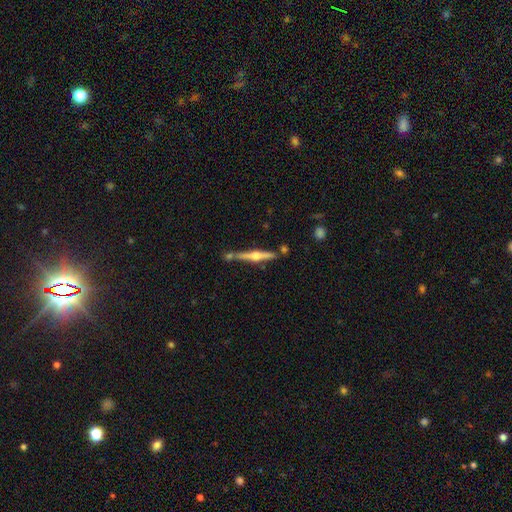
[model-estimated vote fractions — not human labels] featured or disk 74%, smooth 20%, star or artifact 6%. Down the decision tree: edge-on disk — yes (98%); edge-on bulge — rounded (92%); merging — none (75%).